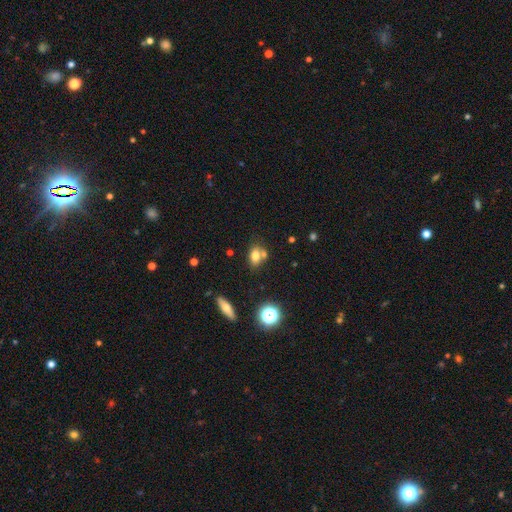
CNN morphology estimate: smooth_or_featured: smooth (p=0.72) [alt: featured or disk p=0.15]
how_rounded: in between (p=0.71) [alt: round p=0.26]
merging: none (p=0.51) [alt: merger p=0.32]